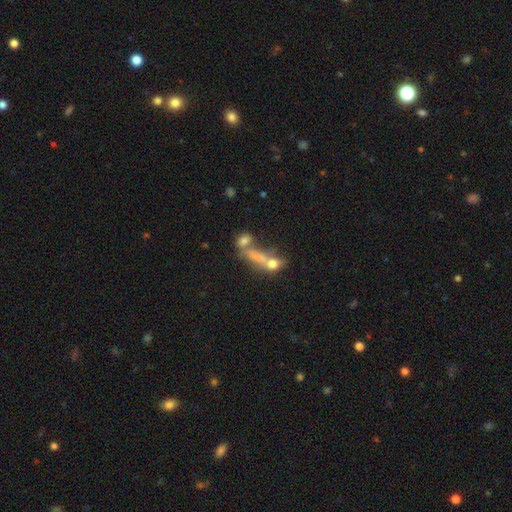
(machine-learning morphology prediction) This is likely a smooth galaxy (61%). How rounded: possibly in between (45%). Merging: possibly merger (49%).